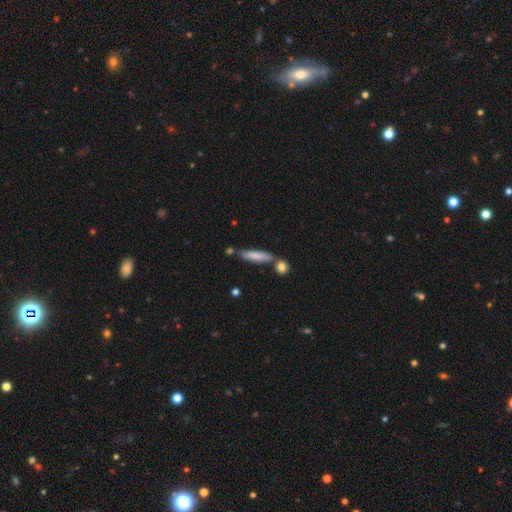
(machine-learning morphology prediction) The model was most divided on "merging": none: 70%, minor disturbance: 13%, merger: 13%, major disturbance: 3%. More confident: how rounded — cigar-shaped (80%); smooth or featured — smooth (78%).